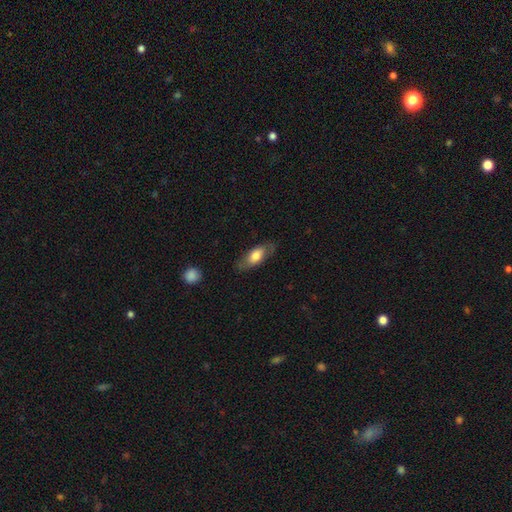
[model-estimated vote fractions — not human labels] Q: Smooth or featured?
A: smooth (62%); runner-up: featured or disk (32%)
Q: How rounded?
A: in between (80%); runner-up: cigar-shaped (17%)
Q: Merging?
A: none (75%); runner-up: minor disturbance (18%)